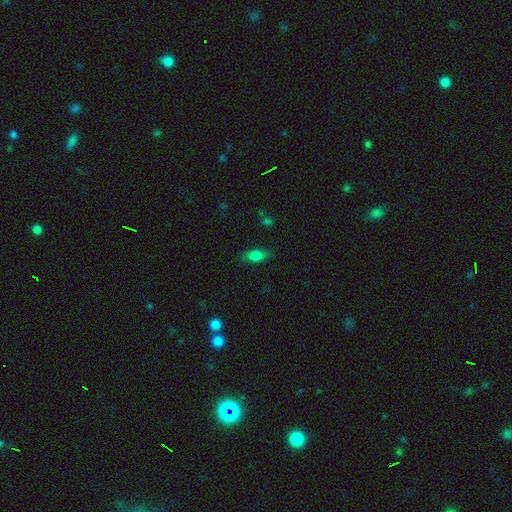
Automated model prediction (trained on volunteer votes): This is likely a smooth galaxy (75%). How rounded: likely in between (79%). Merging: likely none (79%).